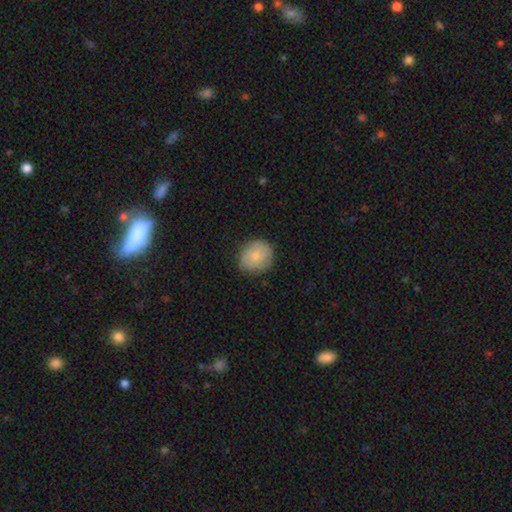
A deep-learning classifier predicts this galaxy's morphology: The model was most divided on "how rounded": round: 80%, in between: 20%, cigar-shaped: 1%. More confident: merging — none (81%); smooth or featured — smooth (79%).